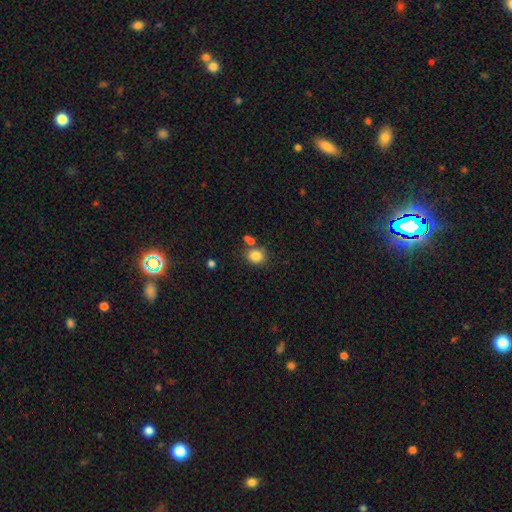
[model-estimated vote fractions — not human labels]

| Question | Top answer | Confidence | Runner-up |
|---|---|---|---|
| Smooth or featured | smooth | 84% | star or artifact (11%) |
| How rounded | round | 72% | in between (27%) |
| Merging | none | 71% | merger (13%) |